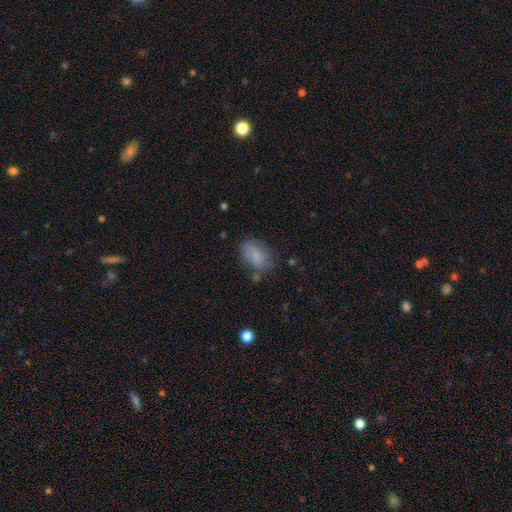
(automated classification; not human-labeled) Morphology: type=smooth (78%); roundness=in between (85%); merging=none (63%).